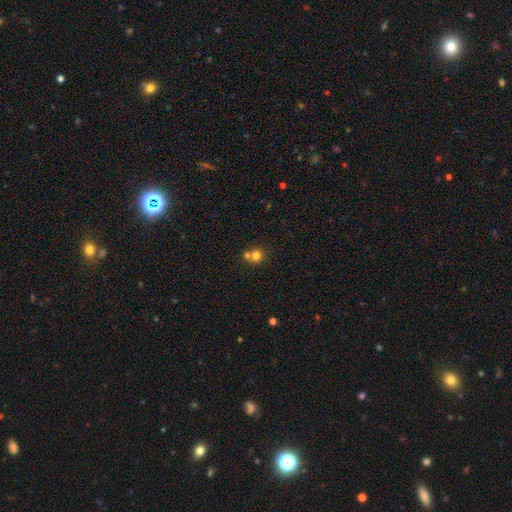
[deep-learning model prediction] A smooth galaxy with no disk features (76%) that is round (87%).

Vote fractions:
- Smooth or featured? smooth: 76% / star or artifact: 12% / featured or disk: 12%
- How rounded? round: 87% / in between: 12% / cigar-shaped: 1%
- Merging? none: 46% / merger: 44% / minor disturbance: 7% / major disturbance: 3%